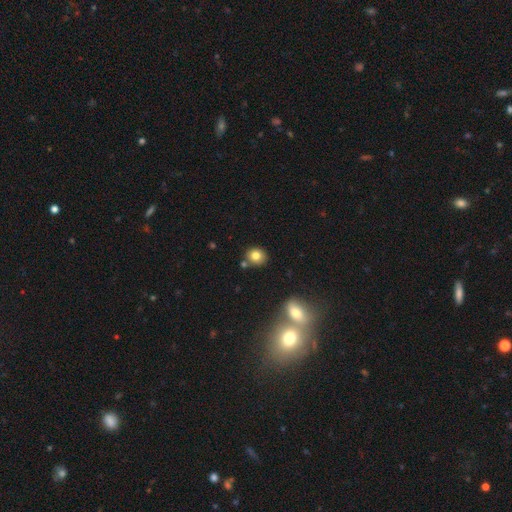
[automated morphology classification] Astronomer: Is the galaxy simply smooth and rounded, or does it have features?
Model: smooth — 79%.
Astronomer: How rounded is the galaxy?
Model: round — 78%.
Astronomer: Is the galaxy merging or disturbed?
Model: none — 76%.